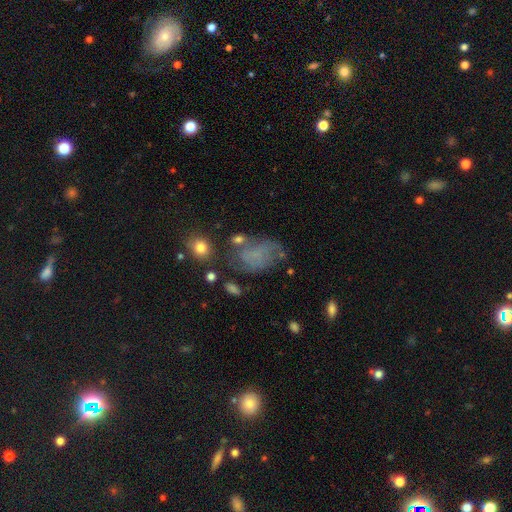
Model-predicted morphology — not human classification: smooth-or-featured: smooth: 46% | featured or disk: 39% | star or artifact: 15%
  merging: none: 42% | minor disturbance: 27% | major disturbance: 23% | merger: 8%